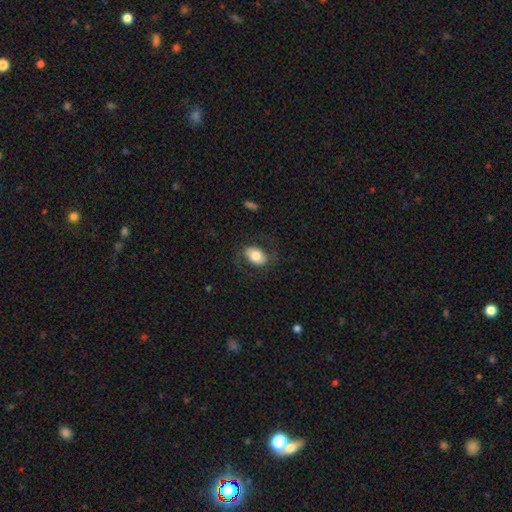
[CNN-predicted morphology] type=smooth (63%); roundness=in between (81%); merging=none (71%).